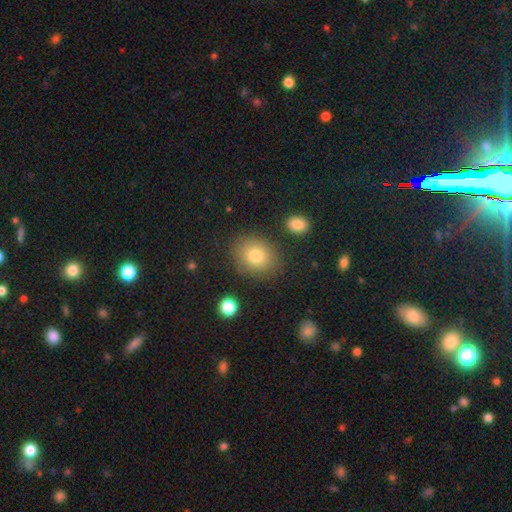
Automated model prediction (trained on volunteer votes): smooth-or-featured: smooth: 79% | star or artifact: 11% | featured or disk: 10%
  how-rounded: round: 57% | in between: 42% | cigar-shaped: 1%
  merging: none: 84% | minor disturbance: 10% | major disturbance: 3% | merger: 3%